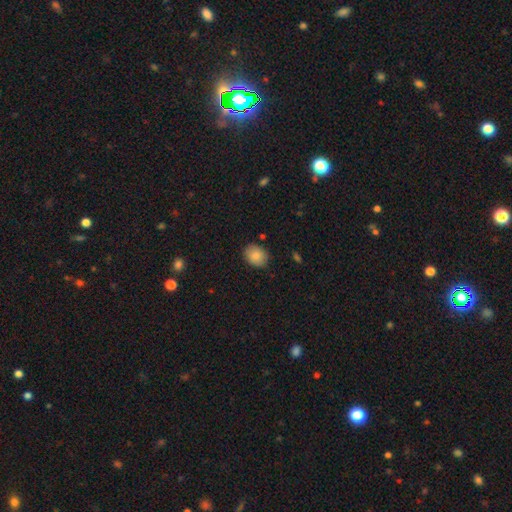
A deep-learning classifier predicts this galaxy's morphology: This is clearly a smooth galaxy (87%). How rounded: possibly in between (57%). Merging: clearly none (84%).